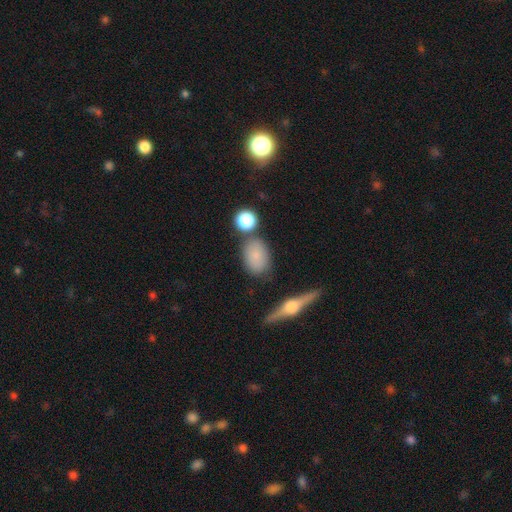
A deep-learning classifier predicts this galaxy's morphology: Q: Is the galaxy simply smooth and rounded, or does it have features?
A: smooth — 75%.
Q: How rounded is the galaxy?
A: in between — 76%.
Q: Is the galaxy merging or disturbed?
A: none — 73%.